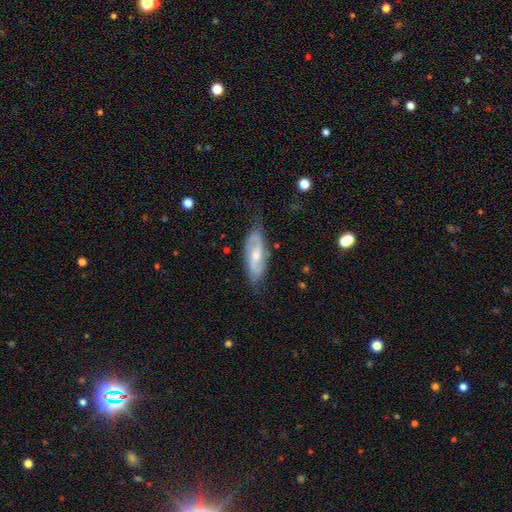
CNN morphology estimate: Smooth or featured? featured or disk (75%)
Edge-on disk? no (90%)
Bar? weak (46%)
Spiral arms? yes (92%)
Spiral winding? medium (45%)
Spiral arm count? 2 (87%)
Bulge size? moderate (50%)
Merging? none (74%)